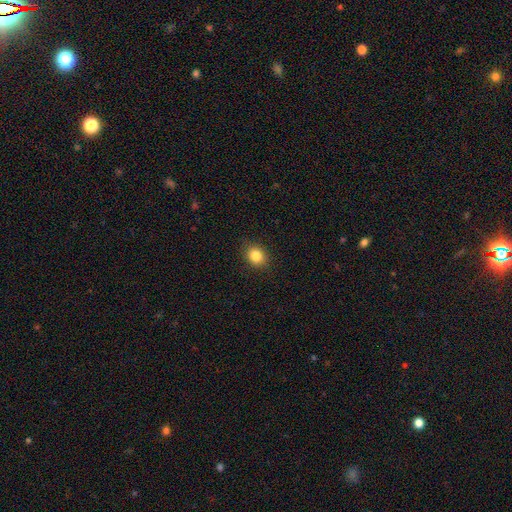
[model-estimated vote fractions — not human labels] Smooth or featured: smooth — 84% (star or artifact — 10%)
How rounded: round — 58% (in between — 41%)
Merging: none — 88% (minor disturbance — 8%)